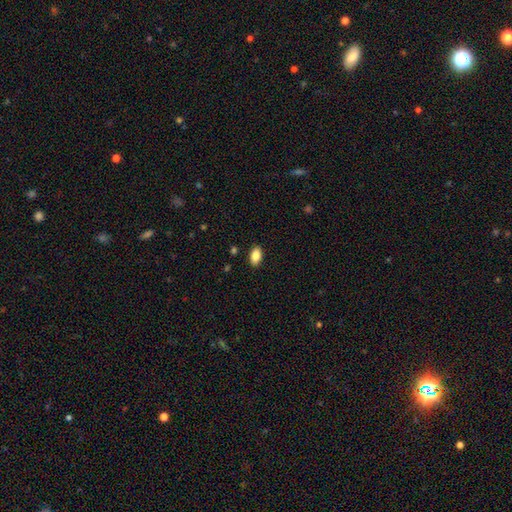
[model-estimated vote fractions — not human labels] Morphology: type=smooth (84%); roundness=in between (92%); merging=none (89%).